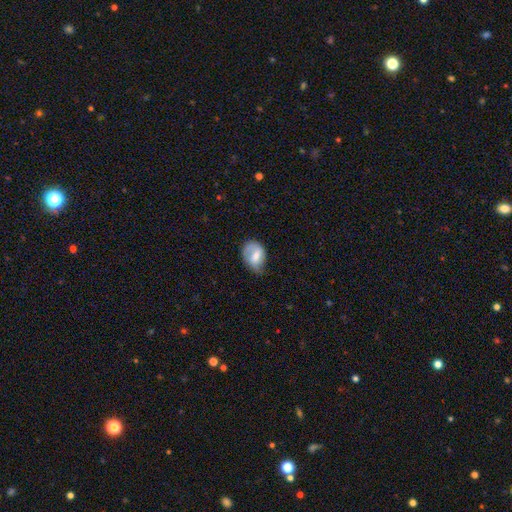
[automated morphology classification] smooth-or-featured: smooth: 62% | featured or disk: 30% | star or artifact: 7%
  how-rounded: in between: 72% | round: 26% | cigar-shaped: 1%
  merging: none: 43% | minor disturbance: 39% | major disturbance: 16% | merger: 2%